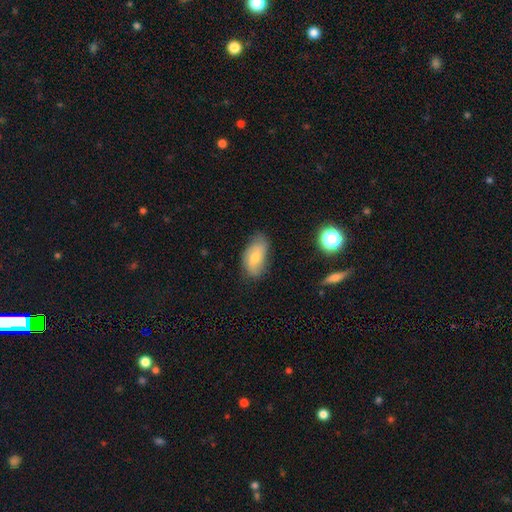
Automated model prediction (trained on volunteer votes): Smooth or featured? Predicted: smooth (p=0.58). How rounded? Predicted: in between (p=0.90). Merging? Predicted: none (p=0.68).